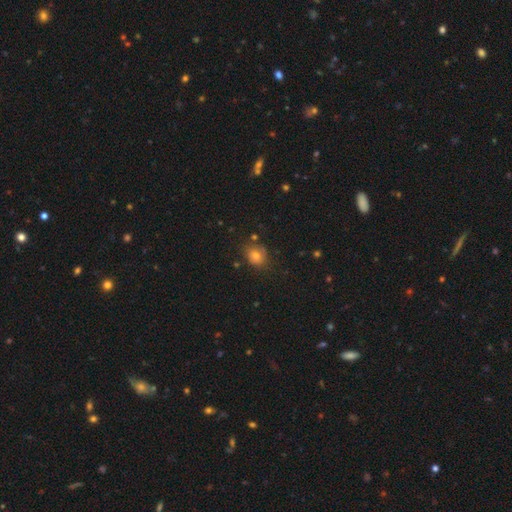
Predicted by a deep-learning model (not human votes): Q: Smooth or featured?
A: smooth (67%); runner-up: star or artifact (18%)
Q: How rounded?
A: round (68%); runner-up: in between (31%)
Q: Merging?
A: none (71%); runner-up: minor disturbance (19%)